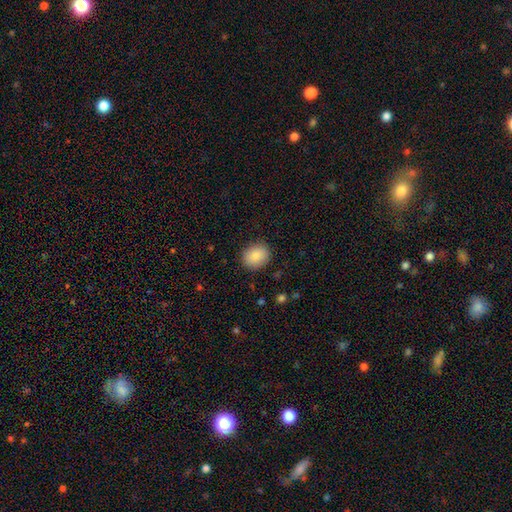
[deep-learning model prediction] Q: Smooth or featured?
A: smooth (86%); runner-up: star or artifact (8%)
Q: How rounded?
A: round (59%); runner-up: in between (40%)
Q: Merging?
A: none (87%); runner-up: minor disturbance (9%)